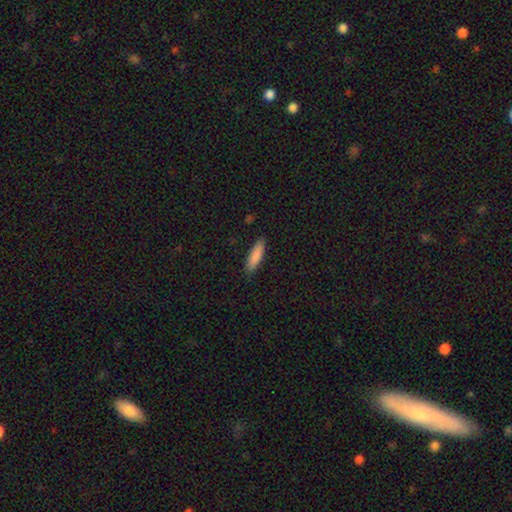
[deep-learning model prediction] Smooth or featured? smooth (87%)
How rounded? cigar-shaped (69%)
Merging? none (88%)